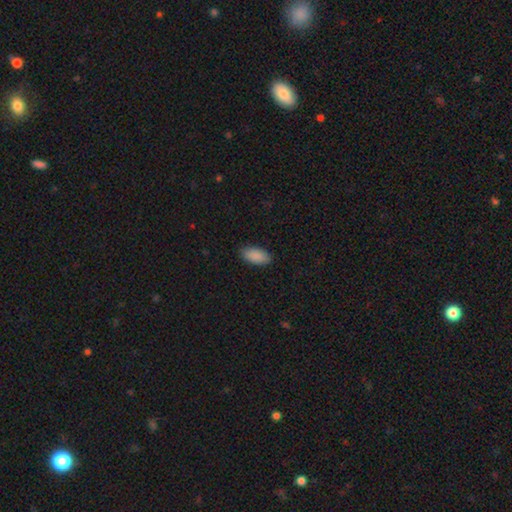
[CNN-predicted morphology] A smooth galaxy with no disk features (90%) that is in between round and cigar-shaped (92%). Merging: none (87%).